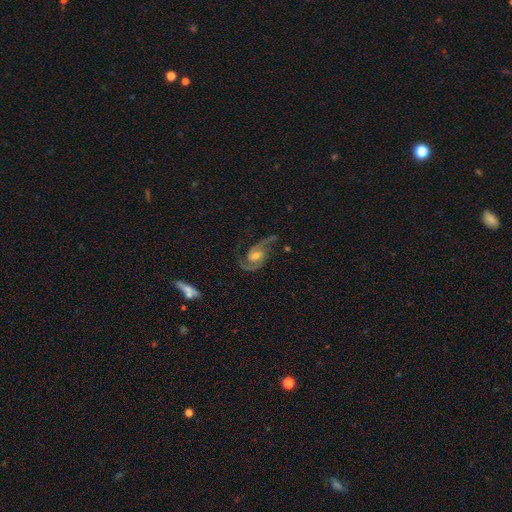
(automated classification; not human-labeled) Smooth or featured? featured or disk (90%)
Edge-on disk? no (97%)
Bar? no (48%)
Spiral arms? yes (98%)
Spiral winding? medium (52%)
Spiral arm count? 2 (92%)
Bulge size? moderate (55%)
Merging? none (71%)